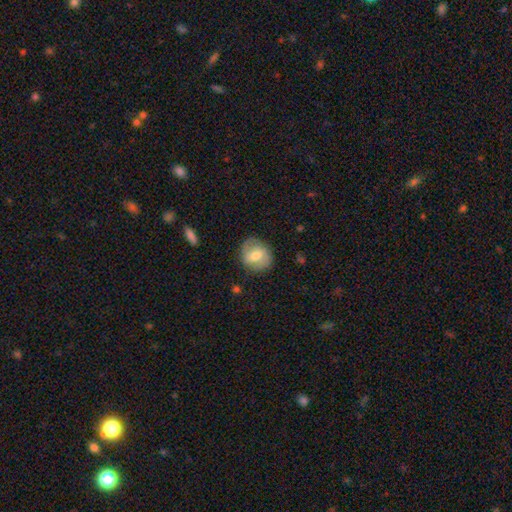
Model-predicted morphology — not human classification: smooth 53%, featured or disk 40%, star or artifact 7%. Down the decision tree: how rounded — round (73%); merging — none (80%).